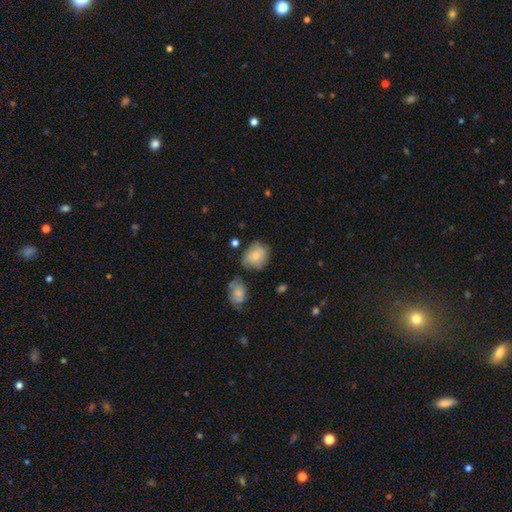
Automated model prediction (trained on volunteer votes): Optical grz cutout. It shows a smooth galaxy with no disk features (73%) that is round (62%). Merging: none (58%).